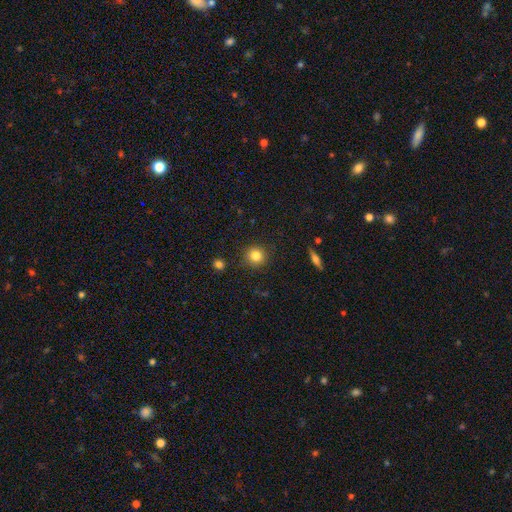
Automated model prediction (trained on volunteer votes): Smooth or featured? smooth (82%)
How rounded? round (92%)
Merging? none (89%)